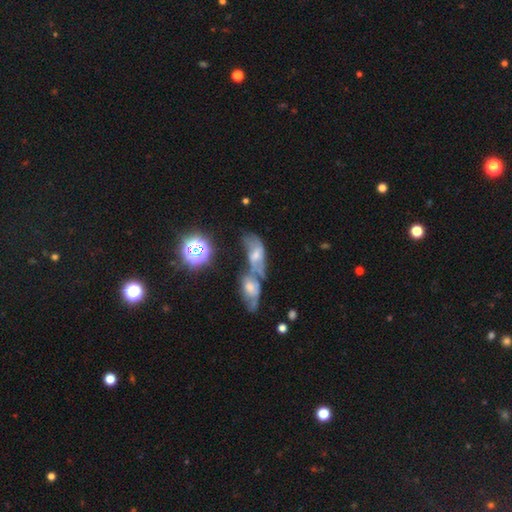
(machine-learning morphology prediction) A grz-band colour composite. It shows a featured or disk galaxy (45%). Merging: merger (61%).